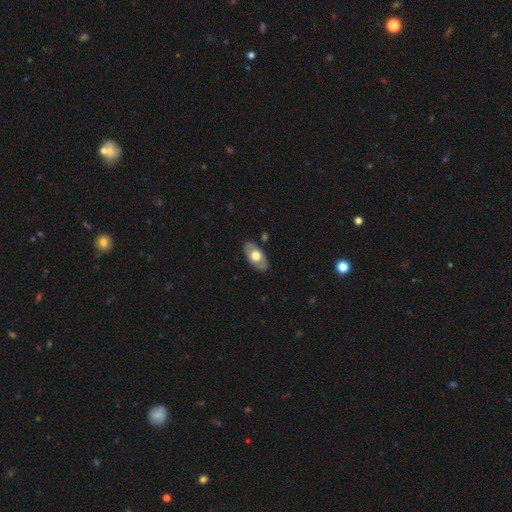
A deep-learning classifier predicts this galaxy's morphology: smooth 52%, featured or disk 43%, star or artifact 5%. Down the decision tree: how rounded — in between (92%); merging — none (85%).